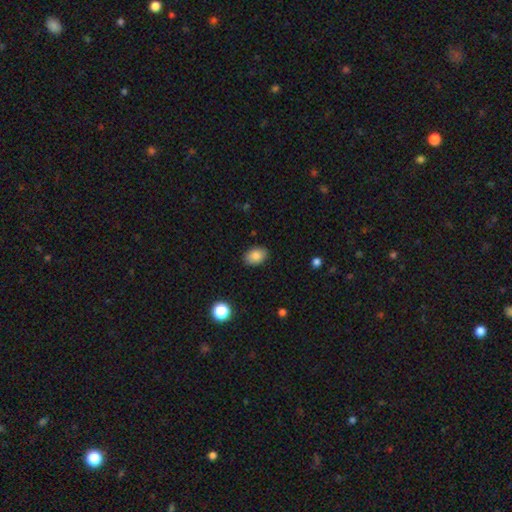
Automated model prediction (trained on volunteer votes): Smooth or featured?
  - smooth: 85% *
  - star or artifact: 9%
  - featured or disk: 7%
How rounded?
  - in between: 79% *
  - round: 20%
  - cigar-shaped: 1%
Merging?
  - none: 87% *
  - minor disturbance: 10%
  - major disturbance: 2%
  - merger: 1%